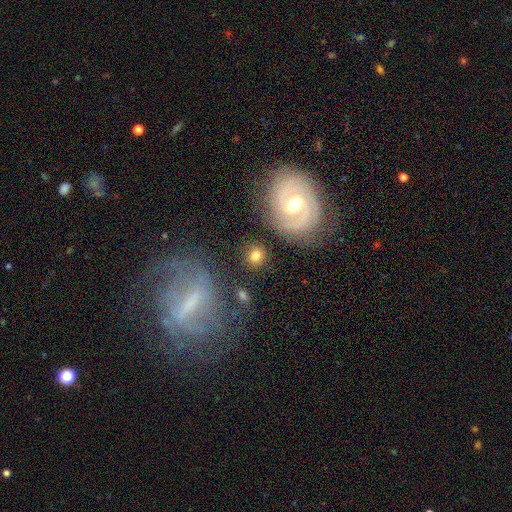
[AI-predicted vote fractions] smooth_or_featured: smooth (p=0.69) [alt: featured or disk p=0.21]
how_rounded: round (p=0.82) [alt: in between p=0.17]
merging: none (p=0.78) [alt: minor disturbance p=0.11]